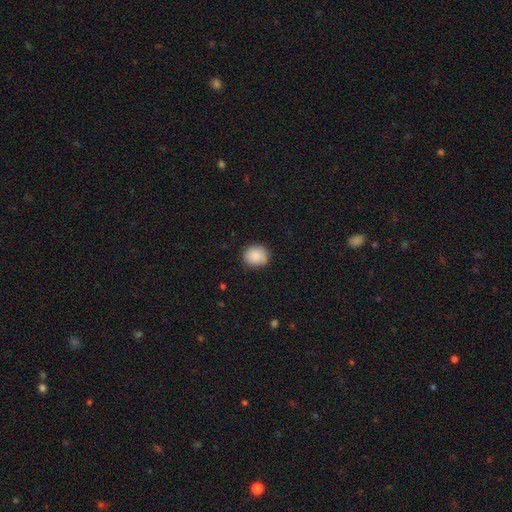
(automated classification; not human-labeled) Morphology: type=smooth (88%); roundness=round (75%); merging=none (86%).